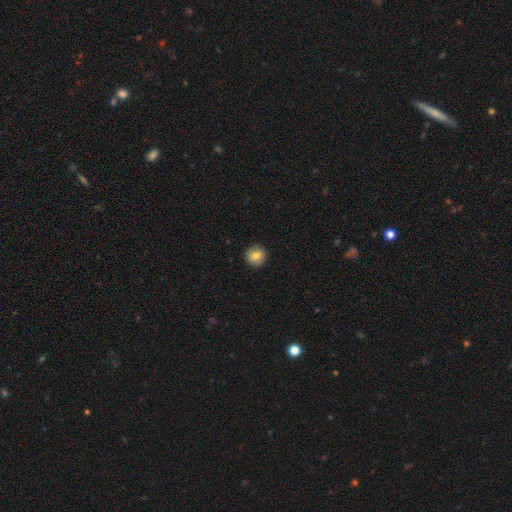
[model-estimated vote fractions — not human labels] Overall: smooth (77%). How rounded: round (93%). Merging: none (91%).